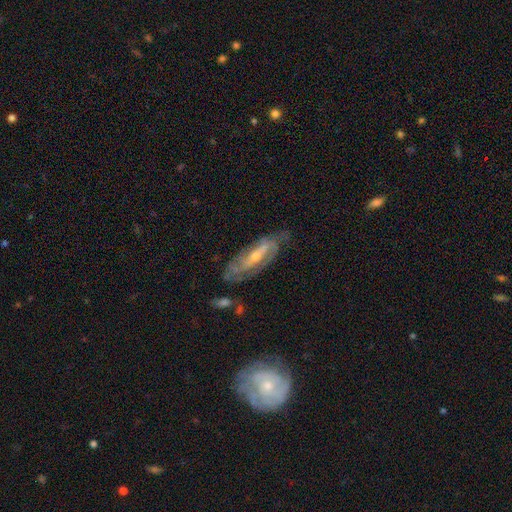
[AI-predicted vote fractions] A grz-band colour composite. It shows a featured or disk galaxy (80%) with a weak bar (37%), 2 (53%) tight (48%) spiral arms (89%) and a small central bulge (54%). Merging: none (70%).